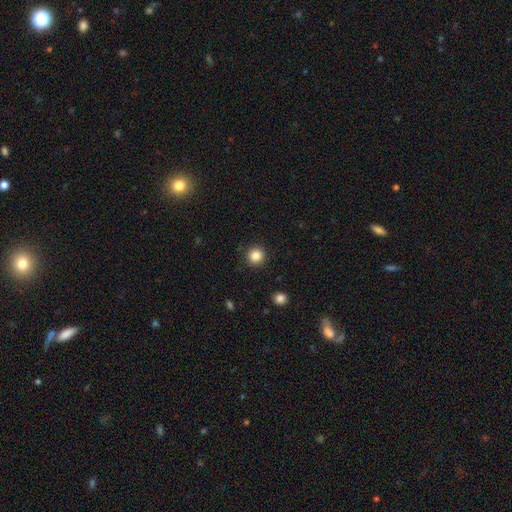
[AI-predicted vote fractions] smooth 85%, star or artifact 11%, featured or disk 4%. Down the decision tree: how rounded — round (94%); merging — none (92%).